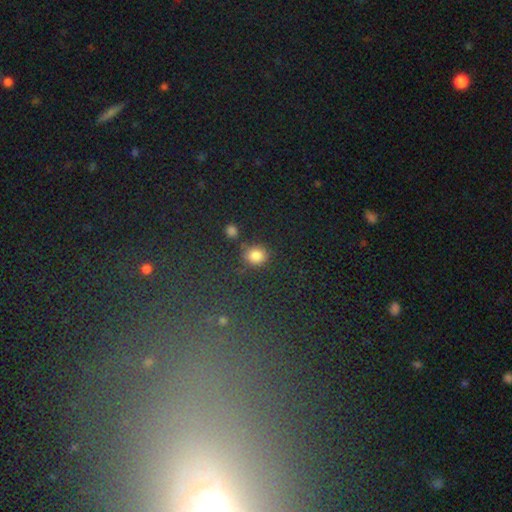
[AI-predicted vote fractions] smooth_or_featured: smooth (p=0.81) [alt: star or artifact p=0.14]
how_rounded: round (p=0.83) [alt: in between p=0.16]
merging: none (p=0.75) [alt: minor disturbance p=0.12]